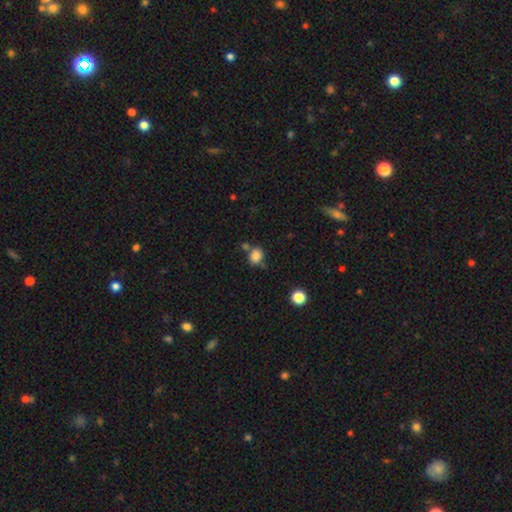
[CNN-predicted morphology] Smooth or featured?
  - smooth: 83% *
  - star or artifact: 11%
  - featured or disk: 5%
How rounded?
  - round: 61% *
  - in between: 38%
  - cigar-shaped: 1%
Merging?
  - none: 61% *
  - merger: 17%
  - minor disturbance: 17%
  - major disturbance: 5%